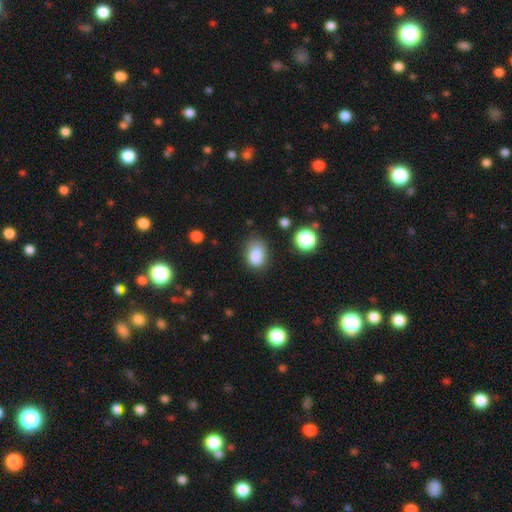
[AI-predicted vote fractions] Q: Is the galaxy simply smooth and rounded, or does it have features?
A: smooth — 83%.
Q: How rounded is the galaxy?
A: in between — 75%.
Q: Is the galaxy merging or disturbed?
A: none — 60%.